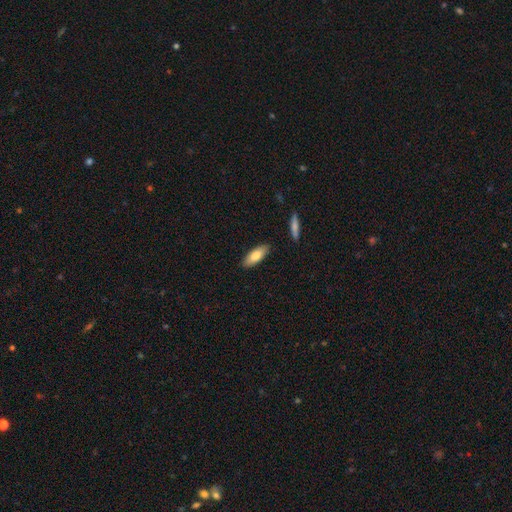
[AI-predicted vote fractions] A smooth galaxy with no disk features (77%) that is in between round and cigar-shaped (72%). Merging: none (87%).